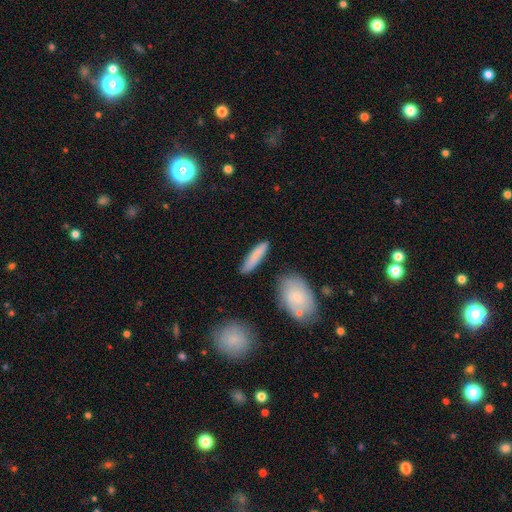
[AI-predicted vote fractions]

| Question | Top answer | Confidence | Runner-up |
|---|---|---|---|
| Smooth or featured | smooth | 78% | featured or disk (16%) |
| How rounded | cigar-shaped | 78% | in between (20%) |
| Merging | none | 81% | minor disturbance (12%) |